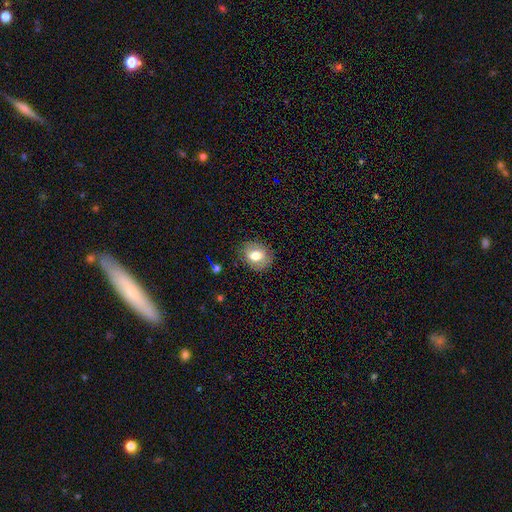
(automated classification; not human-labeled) Q: Smooth or featured?
A: smooth (72%); runner-up: featured or disk (19%)
Q: How rounded?
A: round (62%); runner-up: in between (37%)
Q: Merging?
A: none (83%); runner-up: minor disturbance (12%)